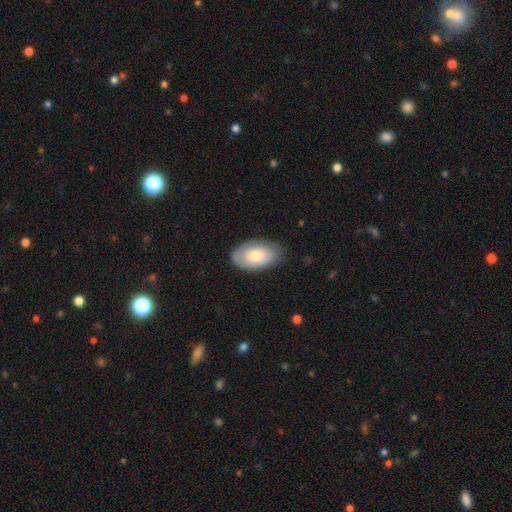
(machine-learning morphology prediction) Smooth or featured? smooth (76%)
How rounded? in between (94%)
Merging? none (80%)